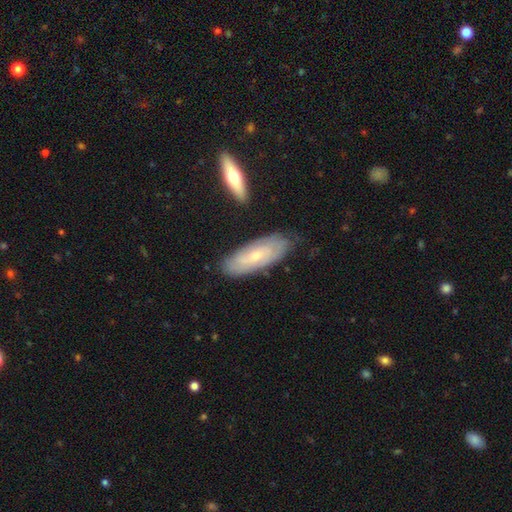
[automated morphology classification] Overall: featured or disk (58%; smooth 36%). Edge-on disk: no (80%). Merging: none (78%).